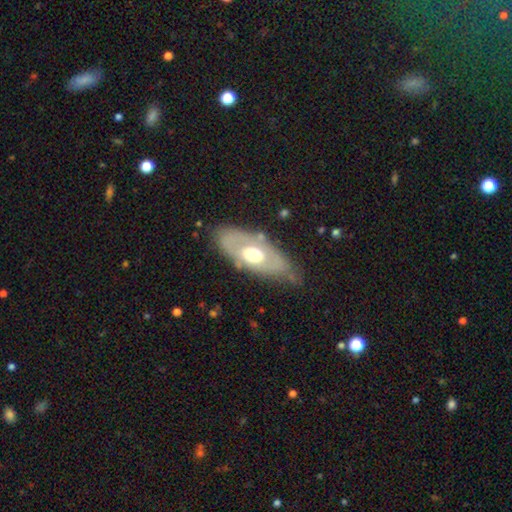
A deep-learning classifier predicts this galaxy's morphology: Smooth or featured: featured or disk — 60% (smooth — 34%)
Edge-on disk: no — 80% (yes — 20%)
Merging: none — 67% (minor disturbance — 24%)